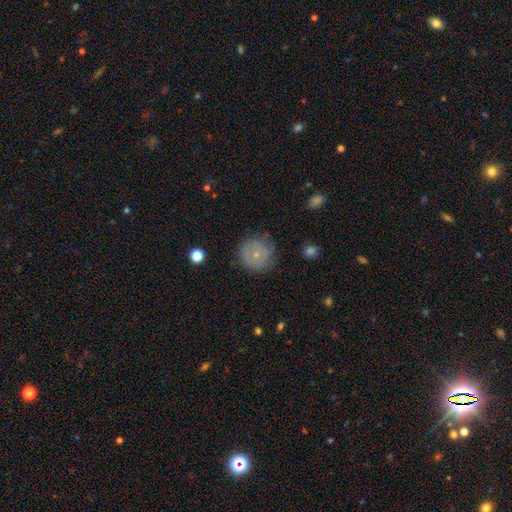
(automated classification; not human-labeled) The model was most divided on "smooth or featured": smooth: 57%, featured or disk: 33%, star or artifact: 10%. More confident: how rounded — round (93%); merging — none (77%).